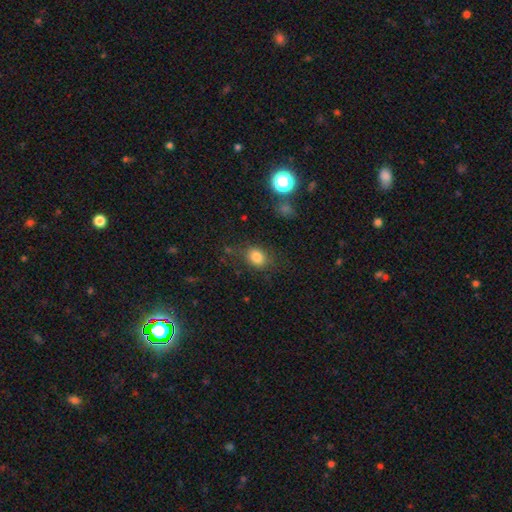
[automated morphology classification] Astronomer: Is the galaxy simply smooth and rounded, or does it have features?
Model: smooth — 80%.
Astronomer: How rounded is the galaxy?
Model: round — 50% (runner-up: in between, 49%).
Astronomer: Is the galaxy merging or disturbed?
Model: none — 77%.